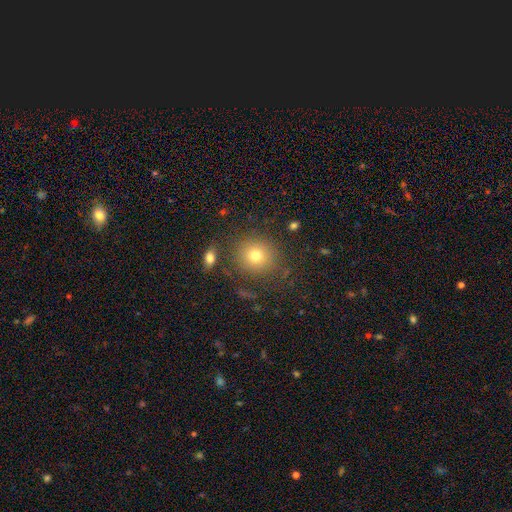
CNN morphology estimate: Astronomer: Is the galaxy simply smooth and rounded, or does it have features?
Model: smooth — 75%.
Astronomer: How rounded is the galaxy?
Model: round — 88%.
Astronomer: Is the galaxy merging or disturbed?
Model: none — 83%.